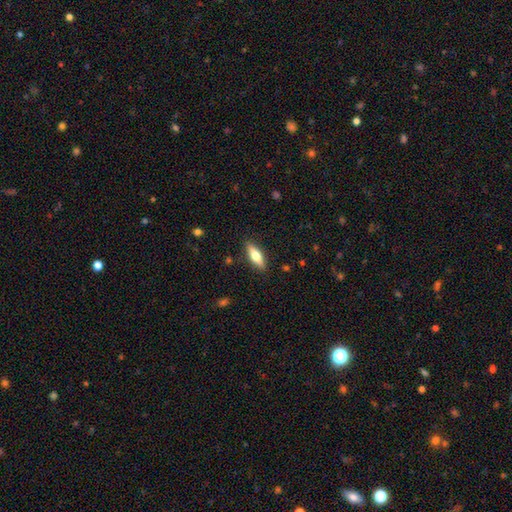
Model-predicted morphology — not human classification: The model was most divided on "how rounded": in between: 55%, cigar-shaped: 42%, round: 3%. More confident: merging — none (88%); smooth or featured — smooth (59%).